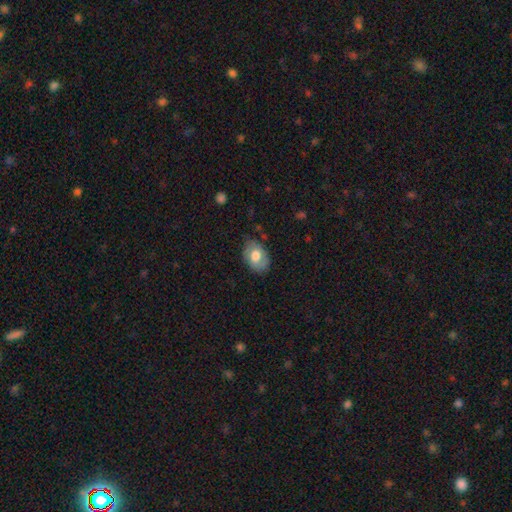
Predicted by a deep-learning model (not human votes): A smooth galaxy with no disk features (67%) that is in between round and cigar-shaped (82%).

Vote fractions:
- Smooth or featured? smooth: 67% / featured or disk: 26% / star or artifact: 7%
- How rounded? in between: 82% / round: 17% / cigar-shaped: 1%
- Merging? none: 75% / minor disturbance: 19% / major disturbance: 4% / merger: 1%